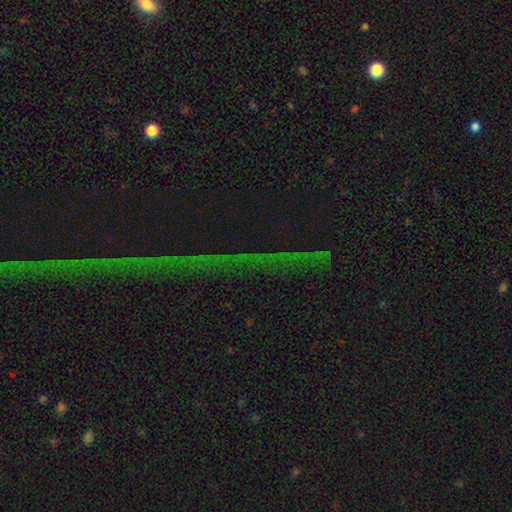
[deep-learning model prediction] A star or artifact, not a galaxy (78%).

Vote fractions:
- Smooth or featured? star or artifact: 78% / featured or disk: 13% / smooth: 9%